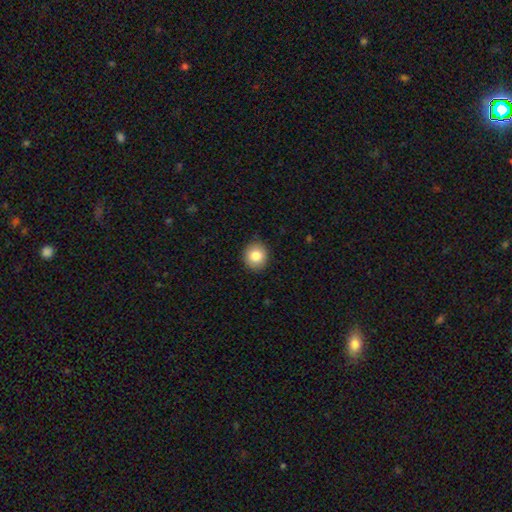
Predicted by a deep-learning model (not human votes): A smooth galaxy with no disk features (83%) that is round (85%). Merging: none (89%).